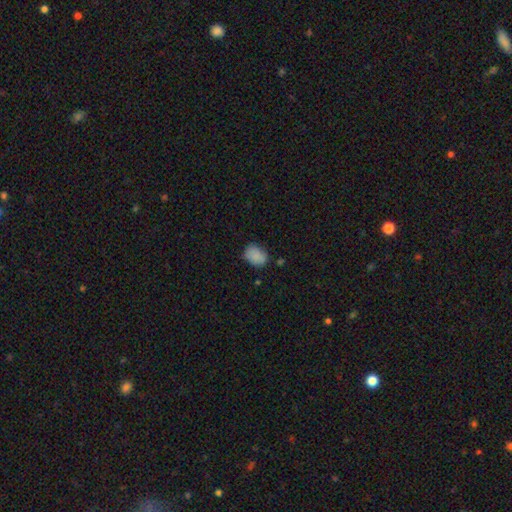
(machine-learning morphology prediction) A smooth galaxy with no disk features (85%) that is in between round and cigar-shaped (66%).

Vote fractions:
- Smooth or featured? smooth: 85% / star or artifact: 8% / featured or disk: 6%
- How rounded? in between: 66% / round: 33% / cigar-shaped: 1%
- Merging? none: 70% / minor disturbance: 23% / major disturbance: 4% / merger: 2%